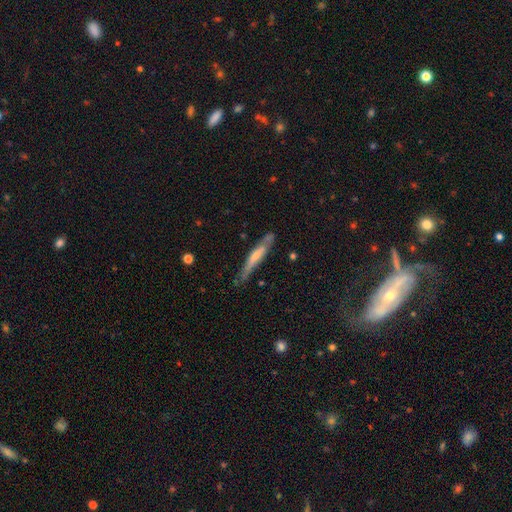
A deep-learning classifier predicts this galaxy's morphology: smooth-or-featured: featured or disk: 52% | smooth: 41% | star or artifact: 6%
  disk-edge-on: yes: 87% | no: 13%
  merging: none: 70% | minor disturbance: 22% | major disturbance: 5% | merger: 3%